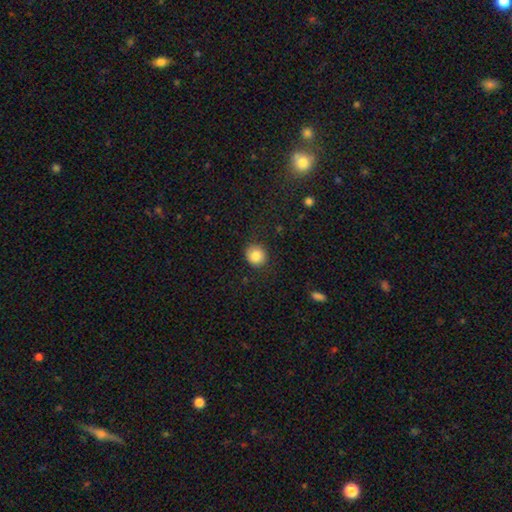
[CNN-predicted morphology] This is clearly a smooth galaxy (85%). How rounded: clearly round (87%). Merging: clearly none (85%).